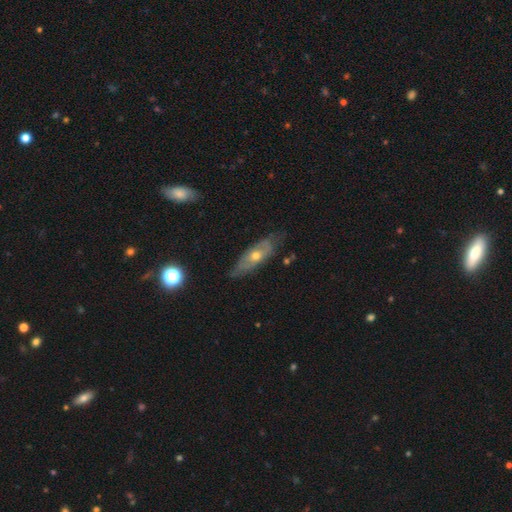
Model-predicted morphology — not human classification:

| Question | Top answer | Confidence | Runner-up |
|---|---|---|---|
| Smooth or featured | featured or disk | 61% | smooth (32%) |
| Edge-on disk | no | 65% | yes (35%) |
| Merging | none | 68% | minor disturbance (24%) |